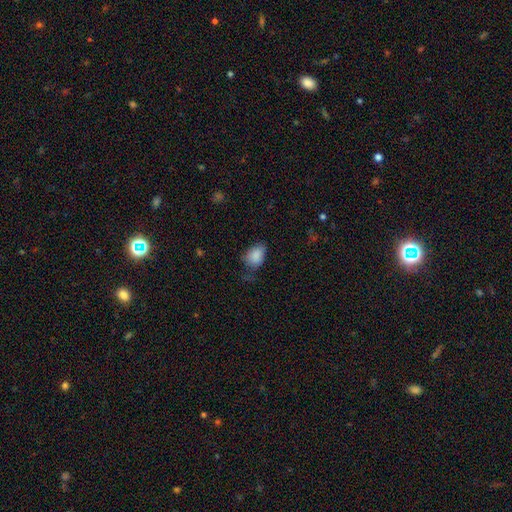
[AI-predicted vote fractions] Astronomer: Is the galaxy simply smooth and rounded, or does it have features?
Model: smooth — 87%.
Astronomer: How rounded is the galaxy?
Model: in between — 79%.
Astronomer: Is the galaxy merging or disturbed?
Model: none — 52% (runner-up: minor disturbance, 33%).